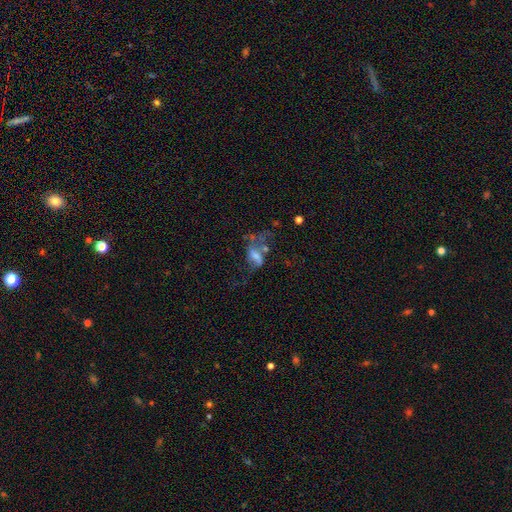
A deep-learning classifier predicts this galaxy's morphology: featured or disk 56%, smooth 30%, star or artifact 14%. Down the decision tree: edge-on disk — no (96%); bar — no (48%); spiral arms — yes (54%); bulge size — moderate (32%); merging — major disturbance (42%).